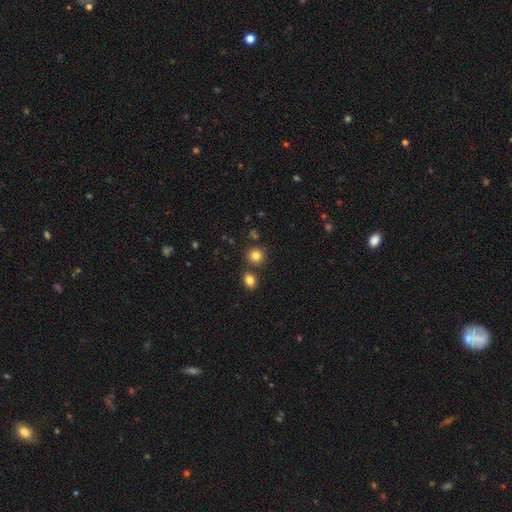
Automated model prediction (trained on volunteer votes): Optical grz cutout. It shows a smooth galaxy with no disk features (81%) that is round (88%). Merging: none (78%).